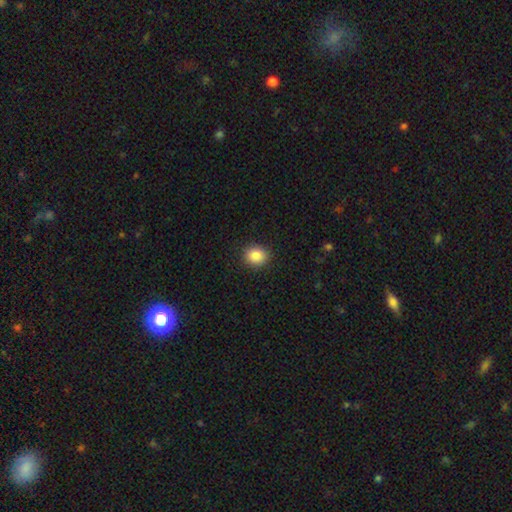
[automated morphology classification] A smooth galaxy with no disk features (86%) that is round (75%).

Vote fractions:
- Smooth or featured? smooth: 86% / star or artifact: 9% / featured or disk: 4%
- How rounded? round: 75% / in between: 24% / cigar-shaped: 1%
- Merging? none: 90% / minor disturbance: 7% / major disturbance: 2% / merger: 1%